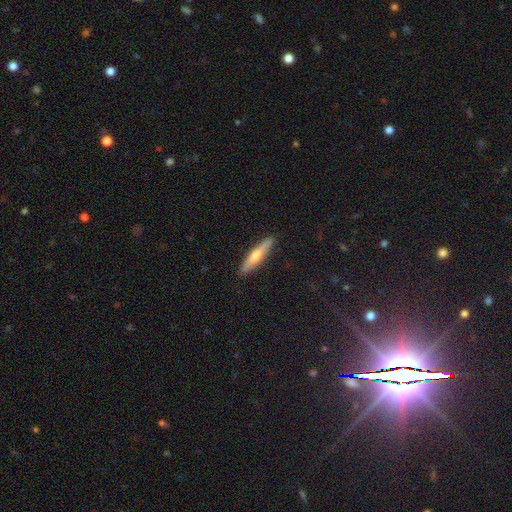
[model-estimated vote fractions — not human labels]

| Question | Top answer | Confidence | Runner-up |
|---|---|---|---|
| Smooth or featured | smooth | 49% | featured or disk (45%) |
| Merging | none | 90% | minor disturbance (7%) |